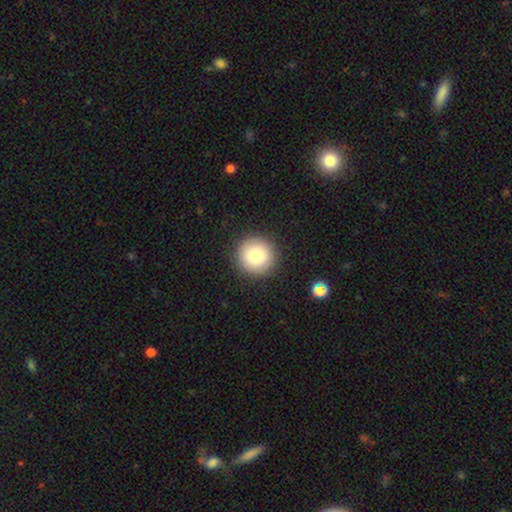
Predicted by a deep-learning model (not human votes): Smooth or featured? smooth (82%)
How rounded? round (96%)
Merging? none (92%)